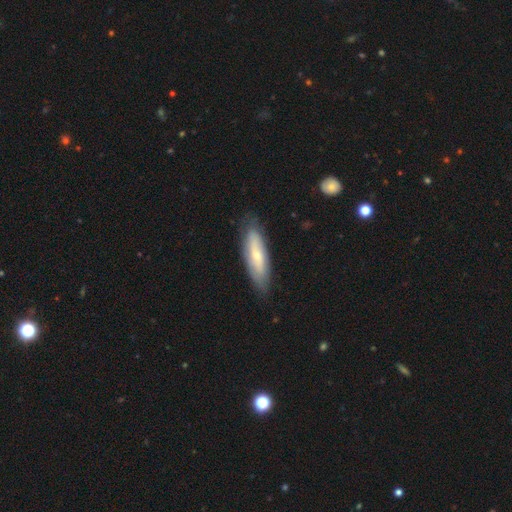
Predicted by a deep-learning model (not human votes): A smooth galaxy with no disk features (50%) that is cigar-shaped (64%).

Vote fractions:
- Smooth or featured? smooth: 50% / featured or disk: 42% / star or artifact: 8%
- How rounded? cigar-shaped: 64% / in between: 34% / round: 2%
- Merging? none: 84% / minor disturbance: 12% / major disturbance: 2% / merger: 1%